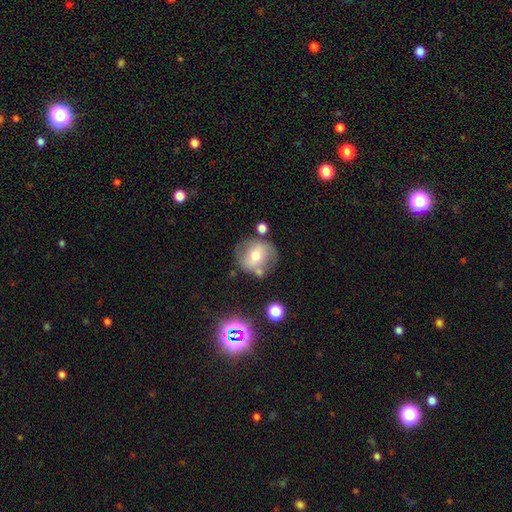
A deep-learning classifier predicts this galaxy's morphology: Smooth or featured? Predicted: featured or disk (p=0.45). Merging? Predicted: none (p=0.65).